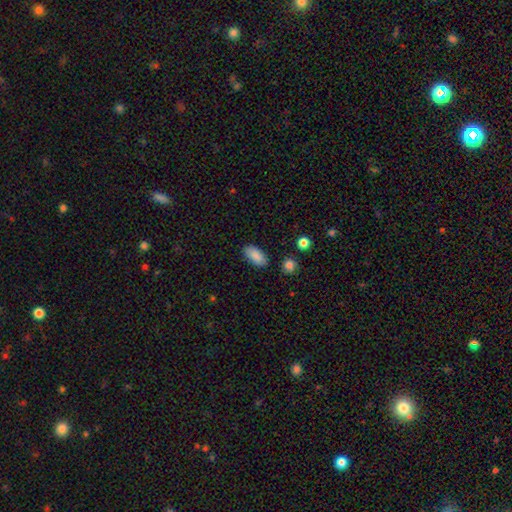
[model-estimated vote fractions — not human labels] Overall: smooth (88%). How rounded: in between (91%). Merging: none (85%).